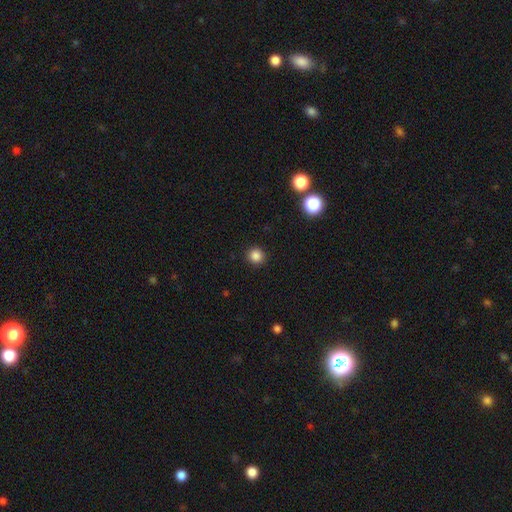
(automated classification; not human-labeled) Smooth or featured? smooth (85%)
How rounded? round (91%)
Merging? none (92%)